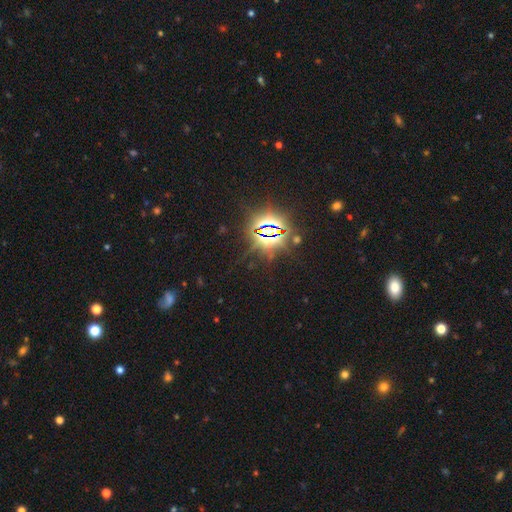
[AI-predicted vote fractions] Morphology: type=star or artifact (85%).